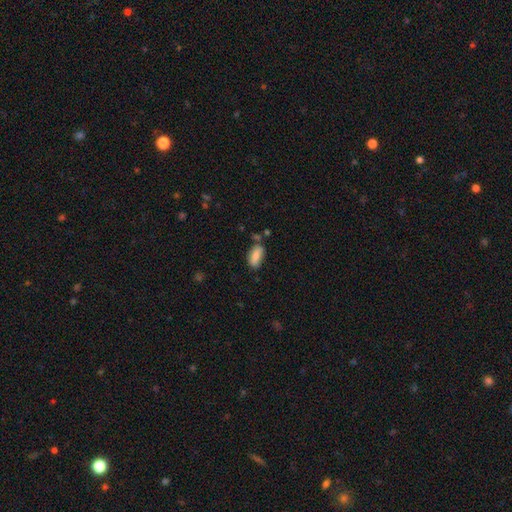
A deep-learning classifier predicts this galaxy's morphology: A smooth galaxy with no disk features (78%) that is in between round and cigar-shaped (87%). Merging: none (64%).